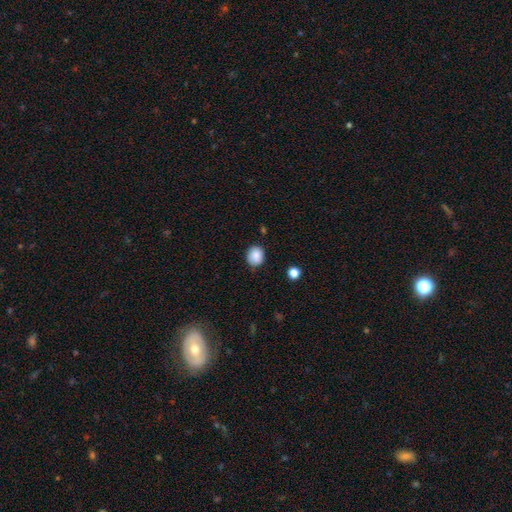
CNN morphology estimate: Smooth or featured: smooth — 86% (star or artifact — 8%)
How rounded: round — 62% (in between — 37%)
Merging: none — 79% (minor disturbance — 16%)